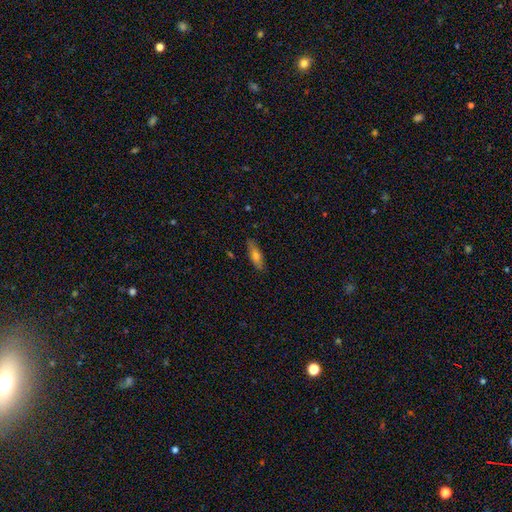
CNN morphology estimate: smooth_or_featured: smooth (p=0.66) [alt: featured or disk p=0.27]
how_rounded: in between (p=0.55) [alt: cigar-shaped p=0.42]
merging: none (p=0.83) [alt: minor disturbance p=0.14]